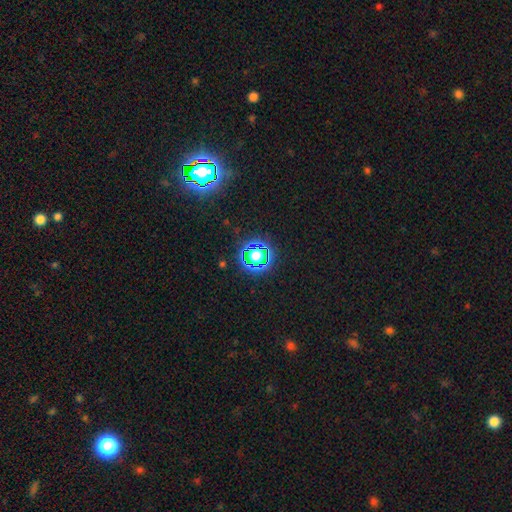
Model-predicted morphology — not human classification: Smooth or featured? Predicted: star or artifact (p=0.55).